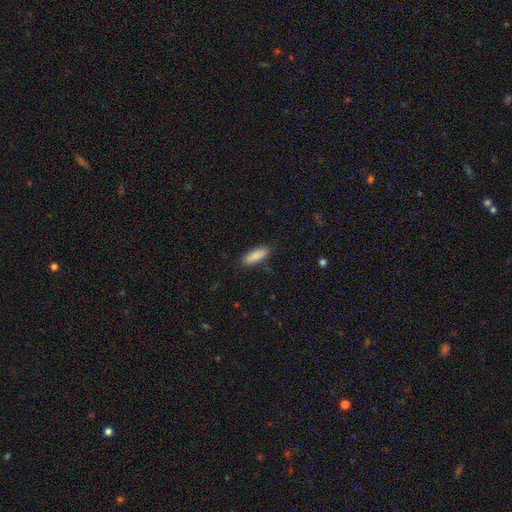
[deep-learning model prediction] Smooth or featured? Predicted: smooth (p=0.88). How rounded? Predicted: in between (p=0.65). Merging? Predicted: none (p=0.86).